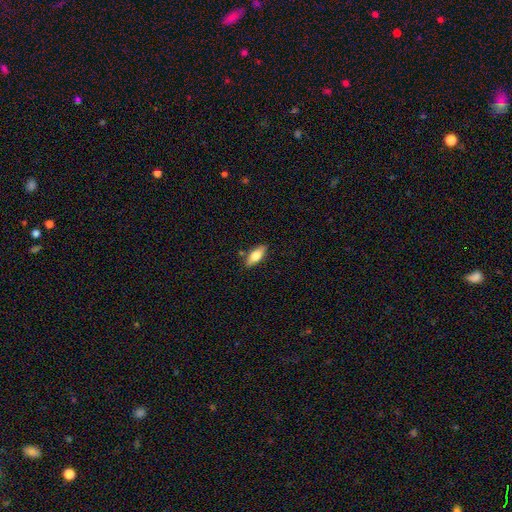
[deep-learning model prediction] Q: Smooth or featured?
A: smooth (69%); runner-up: featured or disk (24%)
Q: How rounded?
A: in between (76%); runner-up: cigar-shaped (21%)
Q: Merging?
A: none (84%); runner-up: minor disturbance (11%)